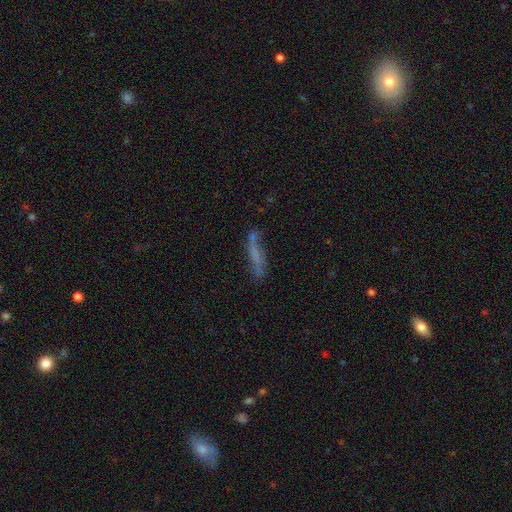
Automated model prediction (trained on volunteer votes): Morphology: type=smooth (56%); roundness=cigar-shaped (82%); merging=none (53%).